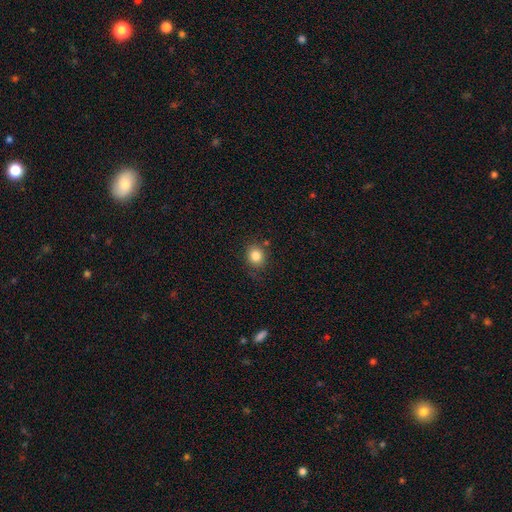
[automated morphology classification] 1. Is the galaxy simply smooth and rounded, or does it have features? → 83% smooth, 11% star or artifact, 6% featured or disk.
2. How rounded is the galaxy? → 76% round, 23% in between, 1% cigar-shaped.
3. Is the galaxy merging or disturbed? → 81% none, 12% minor disturbance, 4% merger, 3% major disturbance.